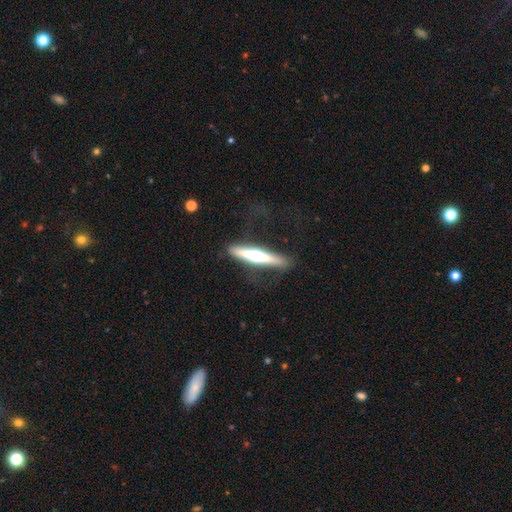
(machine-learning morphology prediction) smooth-or-featured: featured or disk: 61% | smooth: 34% | star or artifact: 5%
  disk-edge-on: yes: 95% | no: 5%
    edge-on-bulge: rounded: 80% | boxy: 11% | none: 9%
  merging: none: 76% | minor disturbance: 15% | major disturbance: 7% | merger: 2%